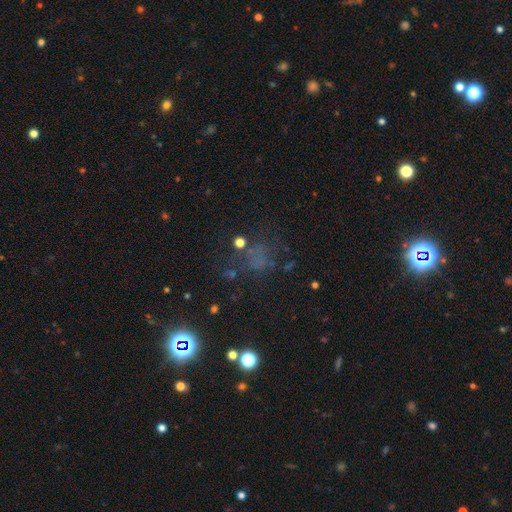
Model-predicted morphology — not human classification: type=star or artifact (50%).